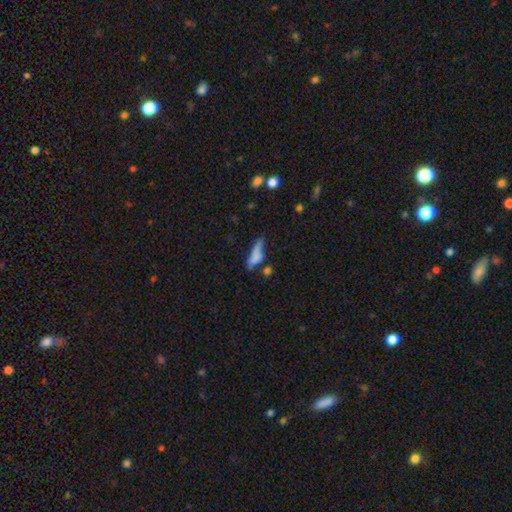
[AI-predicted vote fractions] smooth-or-featured: smooth: 65% | featured or disk: 24% | star or artifact: 11%
  how-rounded: cigar-shaped: 53% | in between: 43% | round: 4%
  merging: none: 34% | minor disturbance: 26% | major disturbance: 21% | merger: 19%